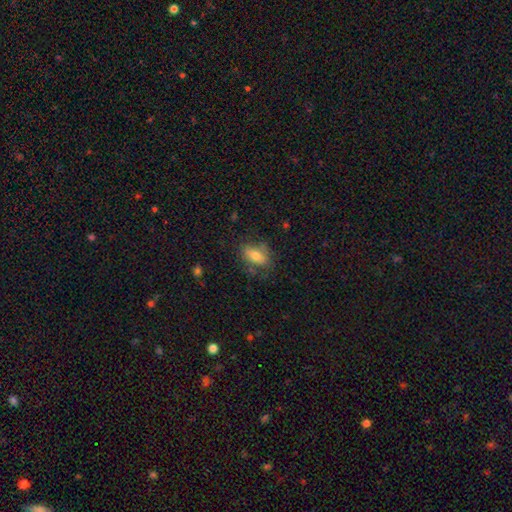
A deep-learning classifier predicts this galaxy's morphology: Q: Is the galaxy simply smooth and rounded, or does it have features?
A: smooth — 71%.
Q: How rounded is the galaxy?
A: in between — 86%.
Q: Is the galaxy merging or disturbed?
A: none — 66%.